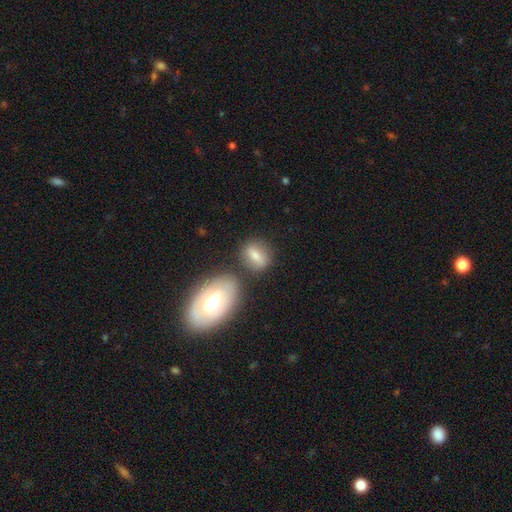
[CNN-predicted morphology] smooth_or_featured: smooth (p=0.67) [alt: featured or disk p=0.24]
how_rounded: in between (p=0.62) [alt: round p=0.29]
merging: none (p=0.67) [alt: merger p=0.16]